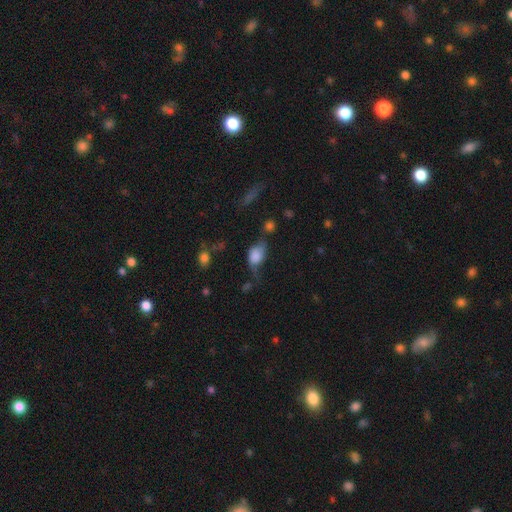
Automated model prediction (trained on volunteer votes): Smooth or featured? Predicted: smooth (p=0.70). How rounded? Predicted: in between (p=0.73). Merging? Predicted: minor disturbance (p=0.32).